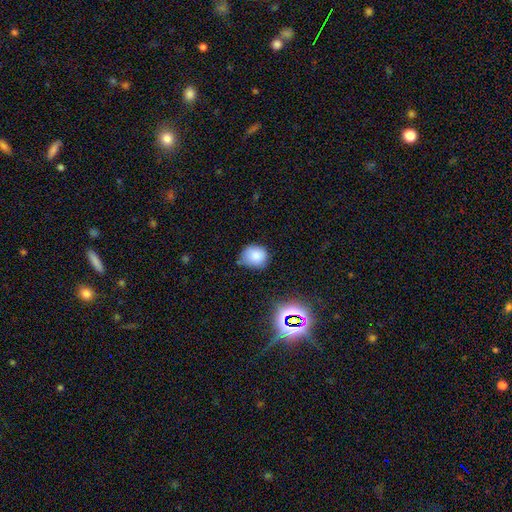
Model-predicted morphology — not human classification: Overall: smooth (80%). How rounded: round (71%). Merging: none (60%; minor disturbance 30%).